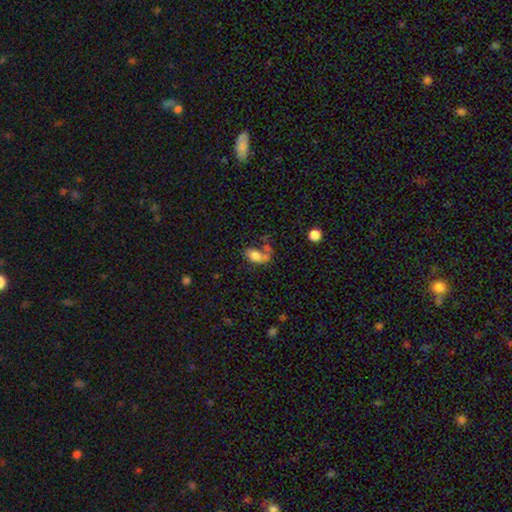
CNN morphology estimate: This appears to be a smooth galaxy with no disk features (71%) that is in between round and cigar-shaped (86%). Merging: none (35%).